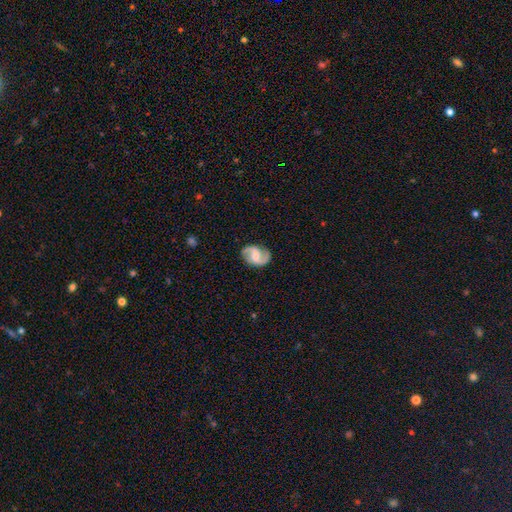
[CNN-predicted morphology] This is clearly a featured or disk galaxy (86%). It is clearly not viewed edge-on (98%). Bar: possibly weak (50%). Spiral arm pattern: clearly yes (97%). Spiral arm count: clearly 2 (93%). Spiral winding: possibly medium (51%). Central bulge: marginally moderate (44%). Merging: clearly none (84%).